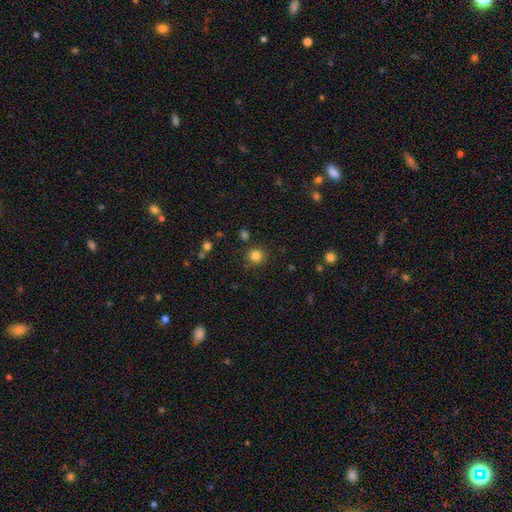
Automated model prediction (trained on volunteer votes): Smooth or featured?
  - smooth: 82% *
  - star or artifact: 13%
  - featured or disk: 5%
How rounded?
  - round: 92% *
  - in between: 7%
  - cigar-shaped: 1%
Merging?
  - none: 88% *
  - minor disturbance: 7%
  - merger: 3%
  - major disturbance: 3%